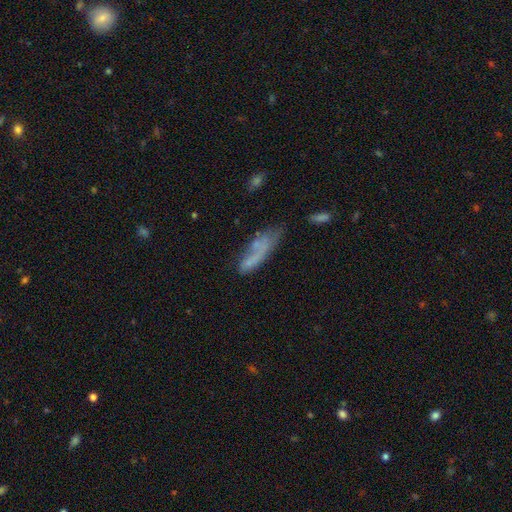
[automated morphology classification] smooth_or_featured: smooth (p=0.58) [alt: featured or disk p=0.31]
how_rounded: cigar-shaped (p=0.55) [alt: in between p=0.42]
merging: none (p=0.41) [alt: minor disturbance p=0.26]